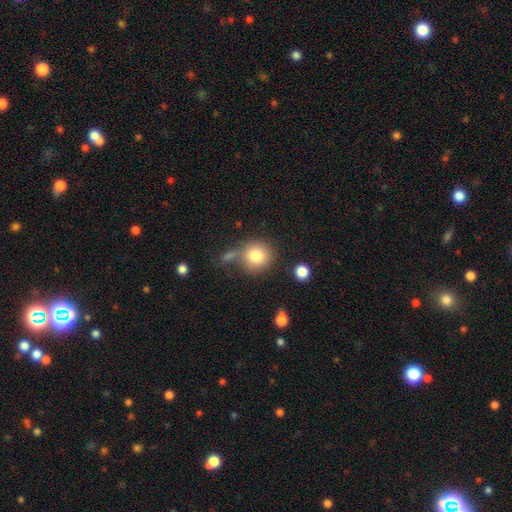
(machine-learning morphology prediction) This is clearly a smooth galaxy (81%). How rounded: clearly round (89%). Merging: likely none (63%).